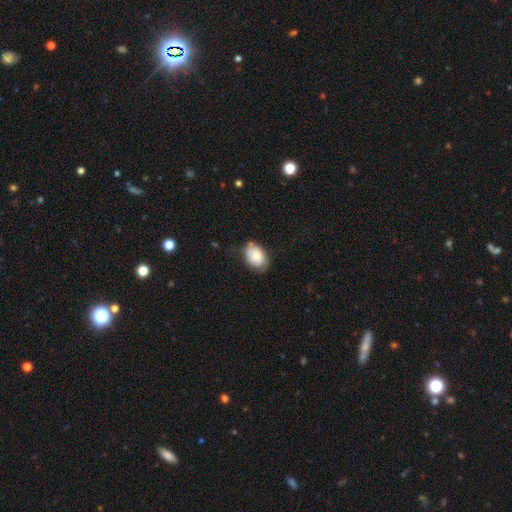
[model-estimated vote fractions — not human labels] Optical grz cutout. It shows a smooth galaxy with no disk features (82%) that is in between round and cigar-shaped (80%). Merging: none (65%).